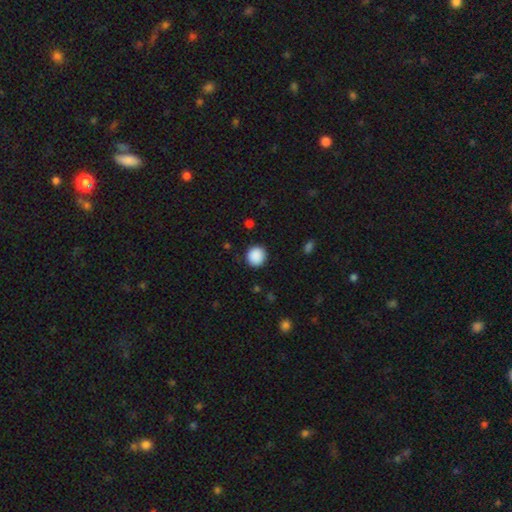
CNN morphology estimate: type=smooth (90%); roundness=round (93%); merging=none (91%).